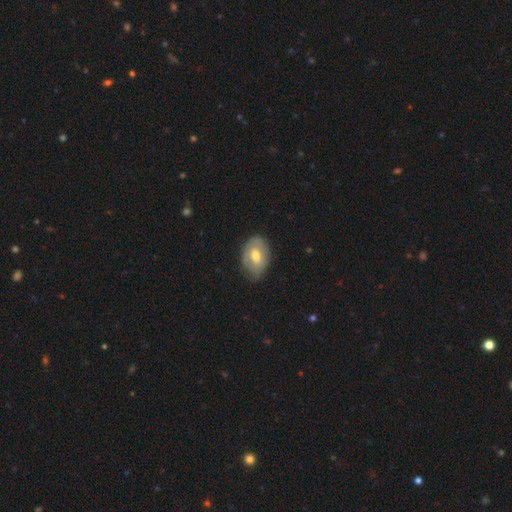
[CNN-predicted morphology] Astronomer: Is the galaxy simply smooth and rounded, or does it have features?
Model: smooth — 47%, tied with featured or disk at 47%.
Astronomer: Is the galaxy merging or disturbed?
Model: none — 62%.